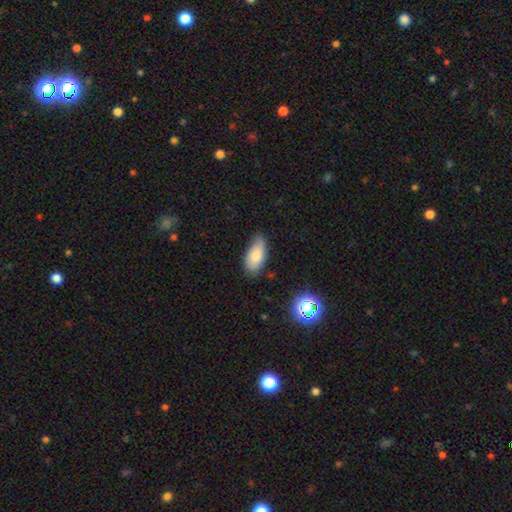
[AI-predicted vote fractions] A smooth galaxy with no disk features (74%) that is in between round and cigar-shaped (90%).

Vote fractions:
- Smooth or featured? smooth: 74% / featured or disk: 17% / star or artifact: 9%
- How rounded? in between: 90% / cigar-shaped: 7% / round: 3%
- Merging? none: 64% / minor disturbance: 29% / major disturbance: 5% / merger: 2%